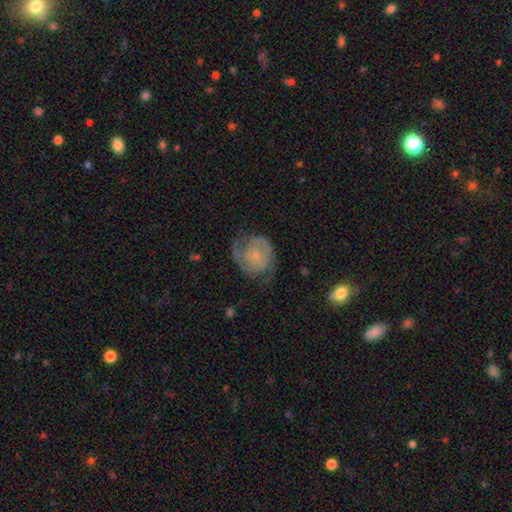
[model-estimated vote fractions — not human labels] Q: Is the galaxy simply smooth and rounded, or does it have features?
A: featured or disk — 80%.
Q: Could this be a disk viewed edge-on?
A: no — 98%.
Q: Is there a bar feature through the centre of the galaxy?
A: no — 76%.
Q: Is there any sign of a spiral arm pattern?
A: yes — 95%.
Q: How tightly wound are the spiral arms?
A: tight — 50%.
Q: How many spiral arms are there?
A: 2 — 75%.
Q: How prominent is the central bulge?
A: small — 75%.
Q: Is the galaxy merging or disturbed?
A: none — 65%.